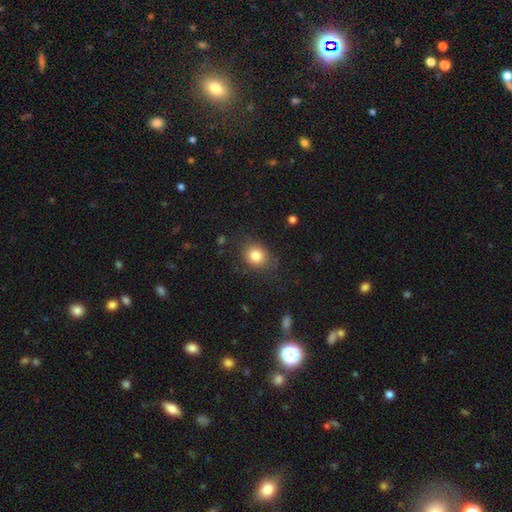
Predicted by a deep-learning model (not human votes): Smooth or featured? smooth (82%)
How rounded? round (65%)
Merging? none (79%)